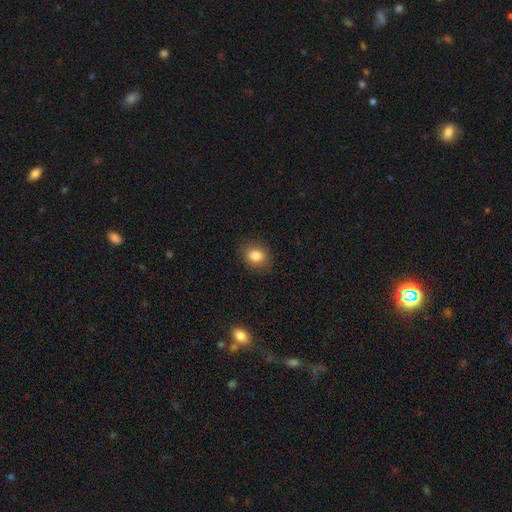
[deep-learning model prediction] smooth_or_featured: smooth (p=0.83) [alt: star or artifact p=0.10]
how_rounded: round (p=0.50) [alt: in between p=0.49]
merging: none (p=0.86) [alt: minor disturbance p=0.10]